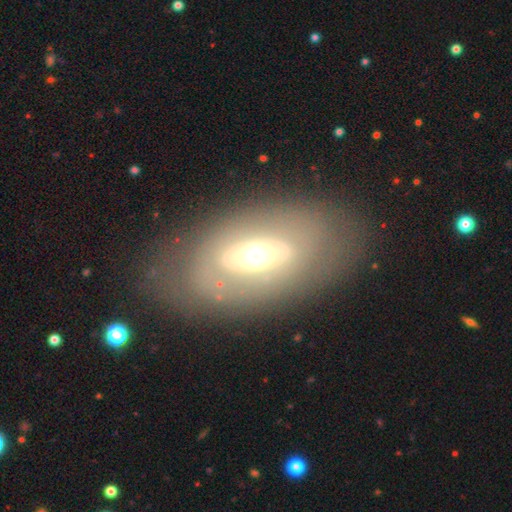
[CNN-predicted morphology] Smooth or featured? featured or disk (60%)
Edge-on disk? no (88%)
Bar? no (69%)
Spiral arms? no (83%)
Bulge size? moderate (61%)
Merging? none (78%)